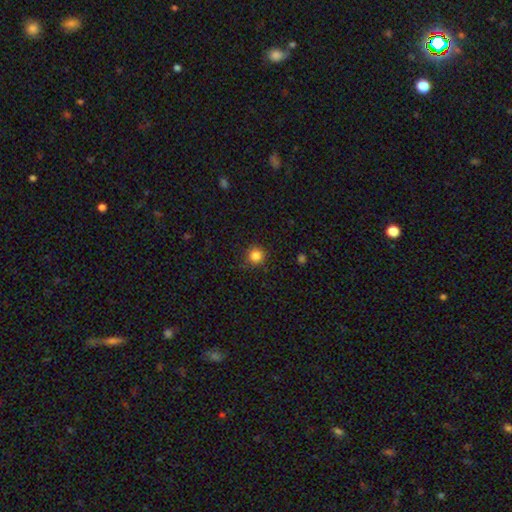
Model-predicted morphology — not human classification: Smooth or featured? Predicted: smooth (p=0.85). How rounded? Predicted: round (p=0.94). Merging? Predicted: none (p=0.87).